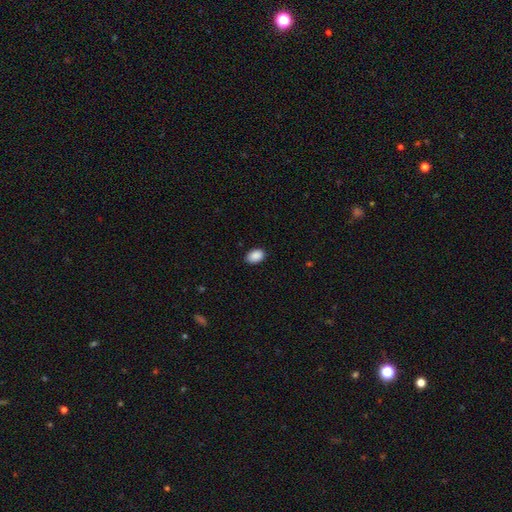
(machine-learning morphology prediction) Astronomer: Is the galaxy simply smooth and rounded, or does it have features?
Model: smooth — 90%.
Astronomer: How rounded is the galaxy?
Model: in between — 84%.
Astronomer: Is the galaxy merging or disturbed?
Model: none — 86%.